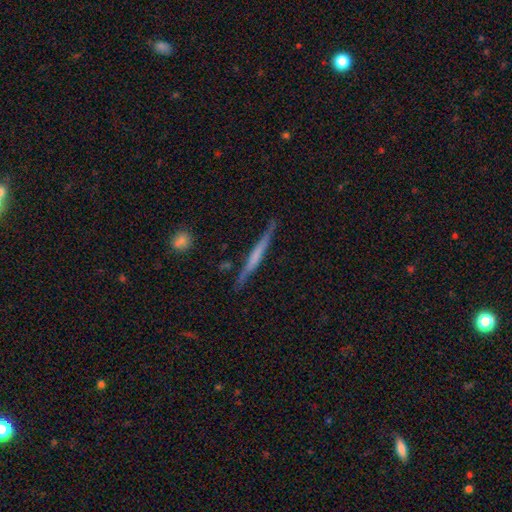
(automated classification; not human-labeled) Morphology: type=featured or disk (57%); edge-on=yes (97%); edge-on bulge=none (66%); merging=none (85%).